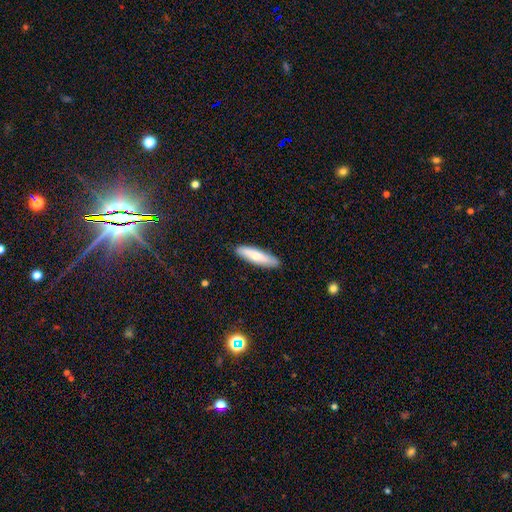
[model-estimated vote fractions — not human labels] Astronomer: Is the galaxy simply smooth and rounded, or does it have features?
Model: smooth — 69%.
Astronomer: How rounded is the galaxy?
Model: cigar-shaped — 74%.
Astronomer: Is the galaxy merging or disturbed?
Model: none — 89%.